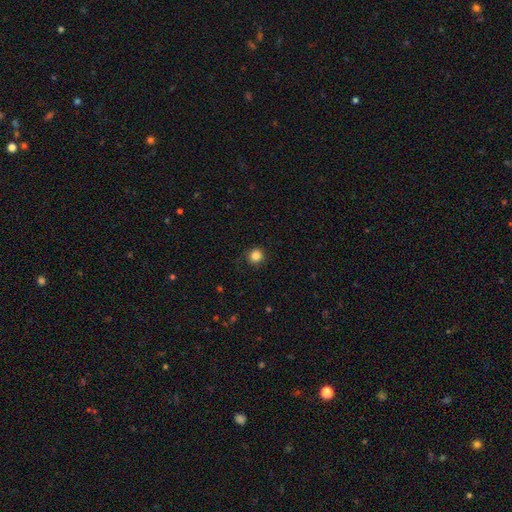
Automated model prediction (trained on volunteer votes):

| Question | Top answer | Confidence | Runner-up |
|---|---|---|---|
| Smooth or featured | smooth | 84% | star or artifact (11%) |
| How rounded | round | 92% | in between (7%) |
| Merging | none | 86% | minor disturbance (10%) |